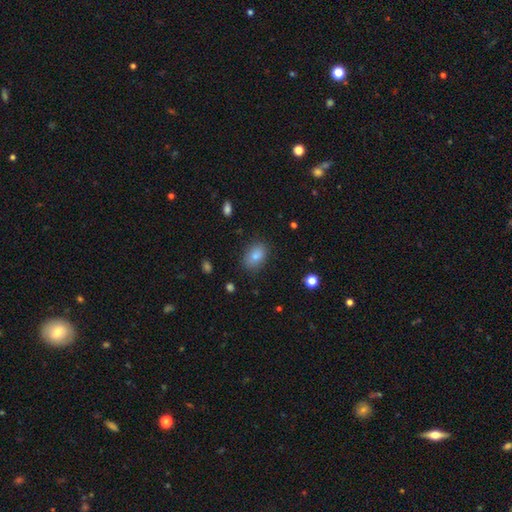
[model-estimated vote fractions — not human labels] Q: Smooth or featured?
A: smooth (81%); runner-up: featured or disk (10%)
Q: How rounded?
A: in between (81%); runner-up: round (17%)
Q: Merging?
A: none (83%); runner-up: minor disturbance (13%)